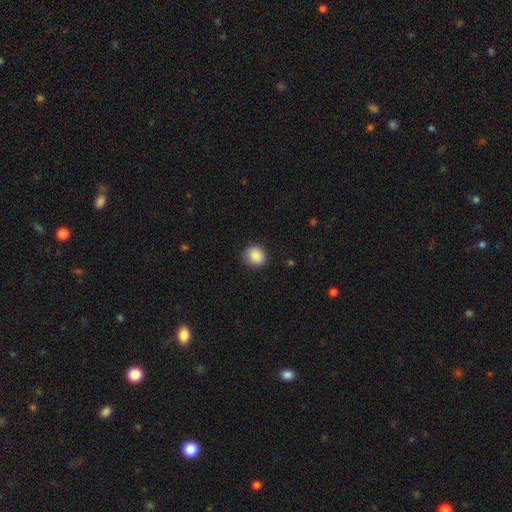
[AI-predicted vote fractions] Overall: smooth (88%). How rounded: round (73%). Merging: none (87%).